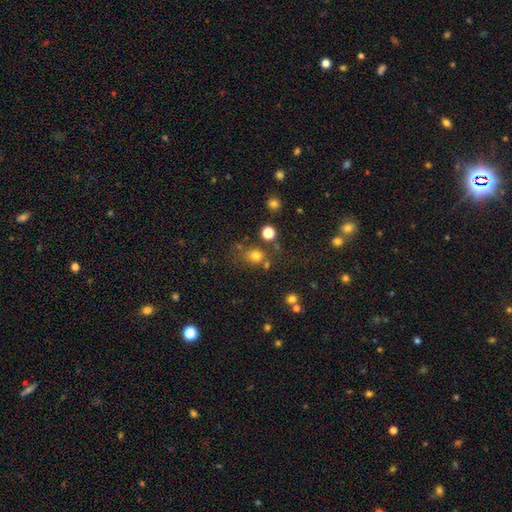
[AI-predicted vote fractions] Smooth or featured: smooth — 75% (star or artifact — 18%)
How rounded: round — 74% (in between — 25%)
Merging: none — 66% (minor disturbance — 14%)